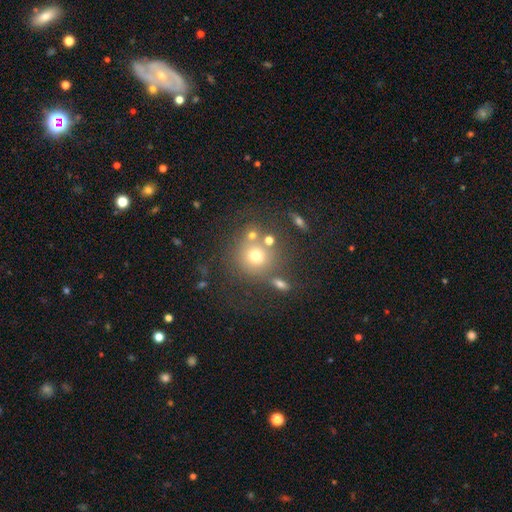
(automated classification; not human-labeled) Morphology: type=smooth (67%); roundness=round (87%); merging=none (60%).